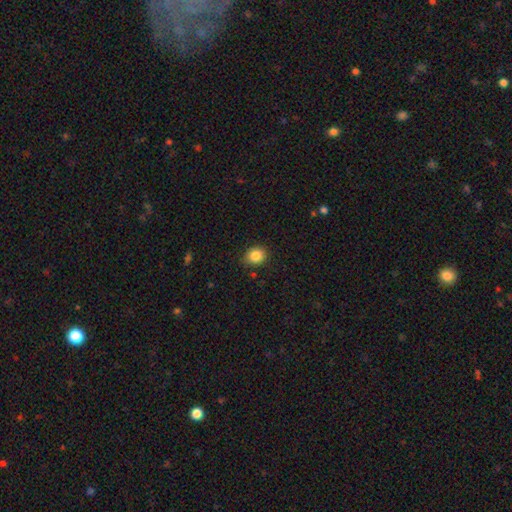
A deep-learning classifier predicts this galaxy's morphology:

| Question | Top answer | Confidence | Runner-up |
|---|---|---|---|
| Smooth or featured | smooth | 85% | star or artifact (10%) |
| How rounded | round | 69% | in between (30%) |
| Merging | none | 85% | minor disturbance (12%) |